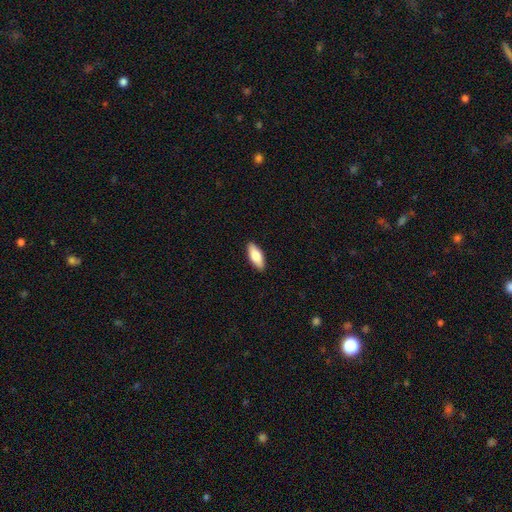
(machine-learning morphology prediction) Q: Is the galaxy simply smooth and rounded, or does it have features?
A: smooth — 79%.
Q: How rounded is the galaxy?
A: in between — 76%.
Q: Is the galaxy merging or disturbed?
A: none — 90%.